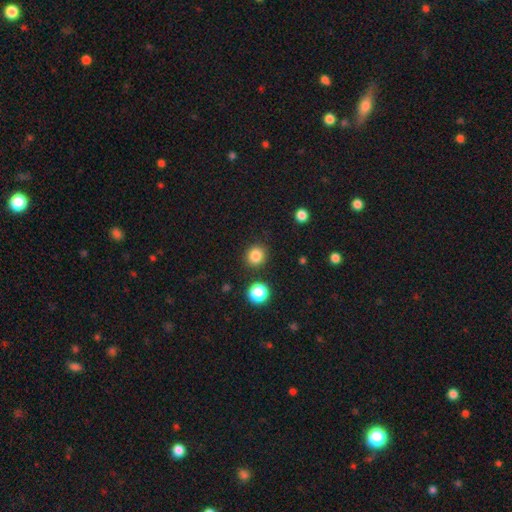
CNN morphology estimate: Smooth or featured? Predicted: smooth (p=0.84). How rounded? Predicted: round (p=0.90). Merging? Predicted: none (p=0.89).